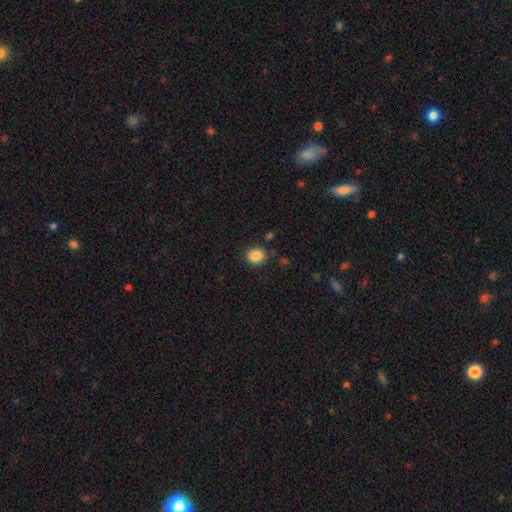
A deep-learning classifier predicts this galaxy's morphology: This is clearly a smooth galaxy (87%). How rounded: likely round (77%). Merging: clearly none (85%).